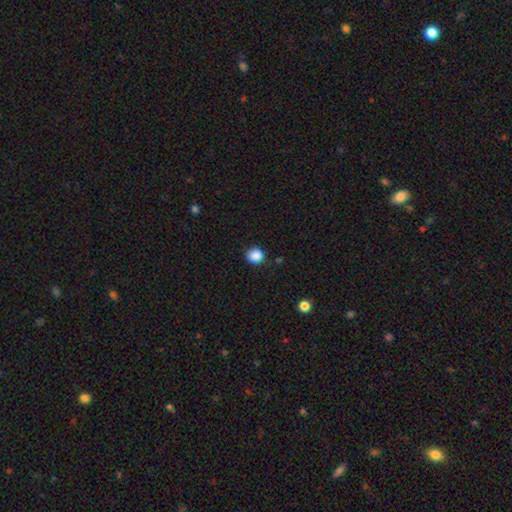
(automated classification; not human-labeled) Smooth or featured? Predicted: smooth (p=0.87). How rounded? Predicted: round (p=0.83). Merging? Predicted: none (p=0.85).